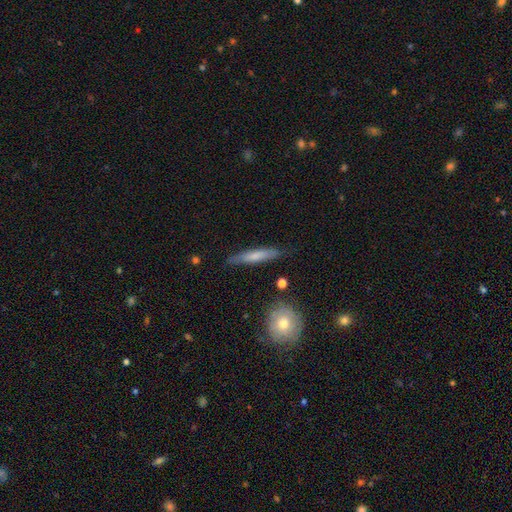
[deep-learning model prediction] This appears to be a smooth galaxy with no disk features (61%) that is cigar-shaped (89%). Merging: none (81%).